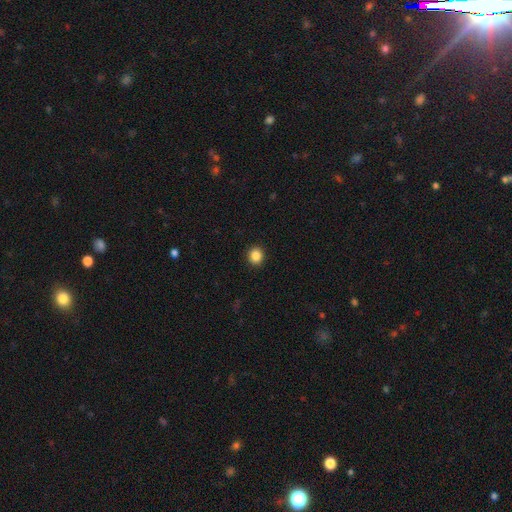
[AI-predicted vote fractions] smooth_or_featured: smooth (p=0.86) [alt: star or artifact p=0.10]
how_rounded: round (p=0.85) [alt: in between p=0.14]
merging: none (p=0.93) [alt: minor disturbance p=0.05]